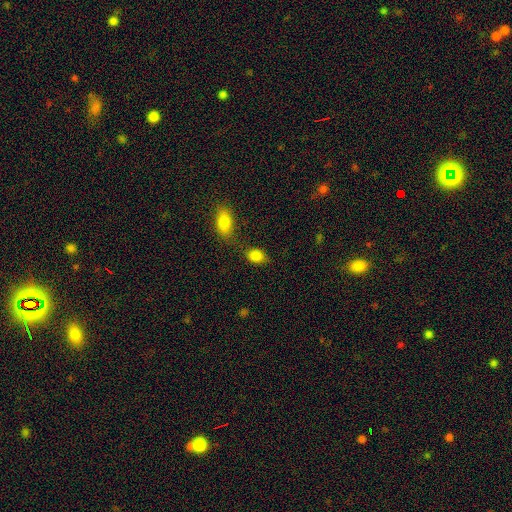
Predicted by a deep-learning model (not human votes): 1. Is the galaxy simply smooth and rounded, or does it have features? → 85% smooth, 10% star or artifact, 6% featured or disk.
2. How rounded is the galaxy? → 71% in between, 27% round, 2% cigar-shaped.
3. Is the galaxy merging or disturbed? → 68% none, 14% minor disturbance, 13% merger, 4% major disturbance.